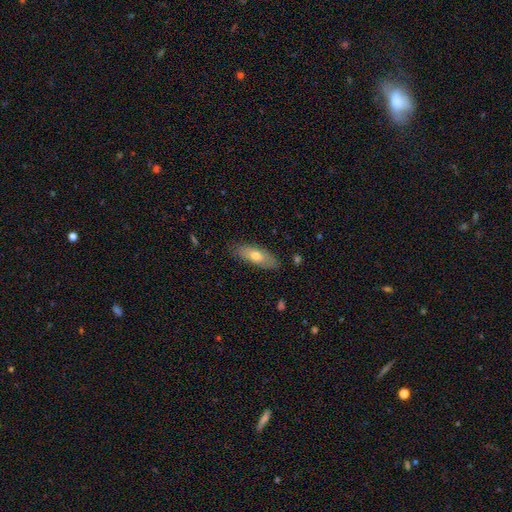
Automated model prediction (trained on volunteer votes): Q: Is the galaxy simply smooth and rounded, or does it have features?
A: smooth — 63%.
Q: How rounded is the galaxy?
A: in between — 66%.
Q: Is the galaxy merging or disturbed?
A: none — 83%.